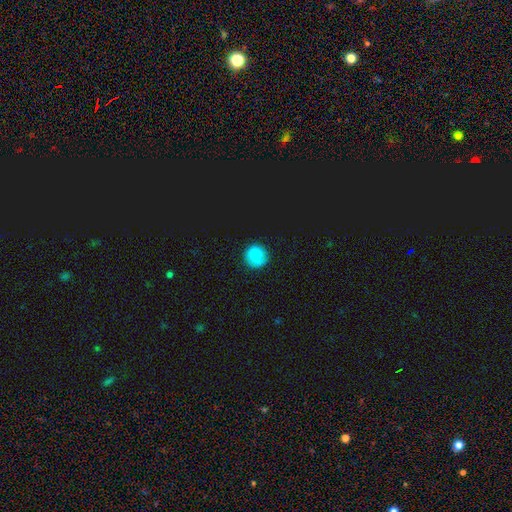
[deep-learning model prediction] The model was most divided on "smooth or featured": smooth: 70%, featured or disk: 17%, star or artifact: 13%. More confident: how rounded — round (93%); merging — none (88%).